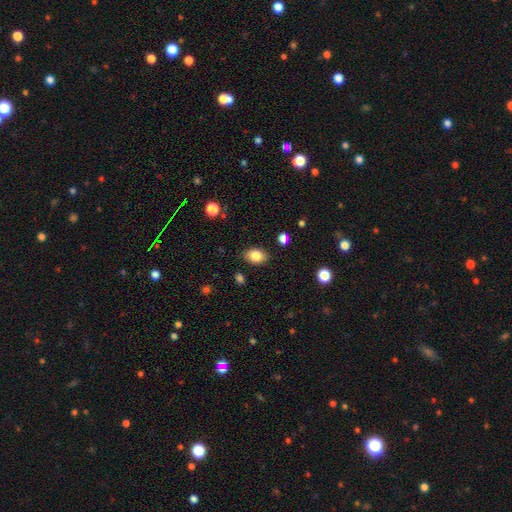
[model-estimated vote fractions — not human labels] Overall: smooth (83%). How rounded: in between (80%). Merging: none (85%).